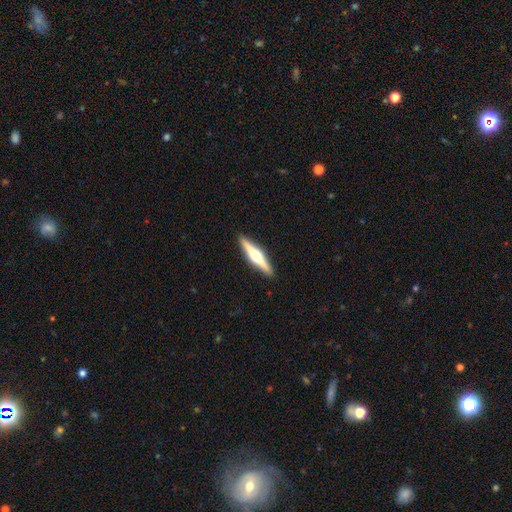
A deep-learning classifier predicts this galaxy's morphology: This is likely a featured or disk galaxy (68%). It is clearly viewed edge-on (98%). Edge-on bulge: clearly rounded (94%). Merging: clearly none (92%).